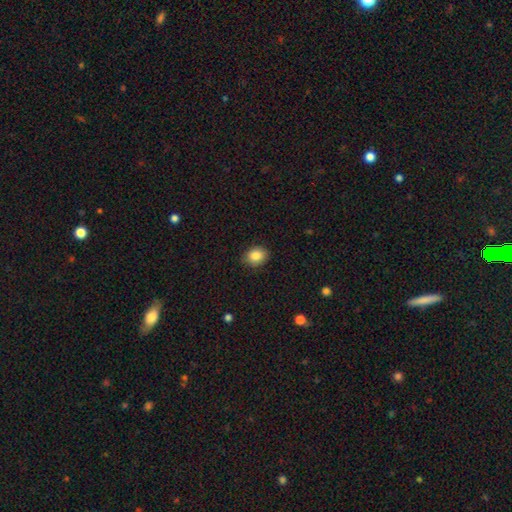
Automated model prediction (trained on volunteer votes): A smooth galaxy with no disk features (85%) that is round (52%).

Vote fractions:
- Smooth or featured? smooth: 85% / star or artifact: 9% / featured or disk: 6%
- How rounded? round: 52% / in between: 47% / cigar-shaped: 1%
- Merging? none: 88% / minor disturbance: 9% / major disturbance: 2% / merger: 1%